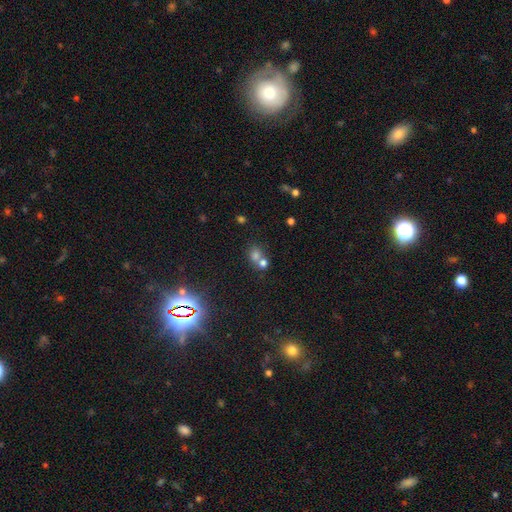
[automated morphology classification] Smooth or featured? smooth (68%)
How rounded? round (68%)
Merging? merger (53%)